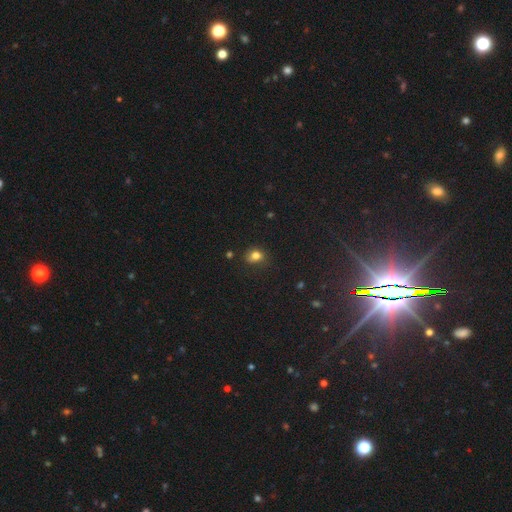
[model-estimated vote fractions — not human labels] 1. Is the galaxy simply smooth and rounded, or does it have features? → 80% smooth, 13% star or artifact, 7% featured or disk.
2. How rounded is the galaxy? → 55% round, 44% in between, 1% cigar-shaped.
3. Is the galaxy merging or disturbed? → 72% none, 20% minor disturbance, 5% major disturbance, 3% merger.